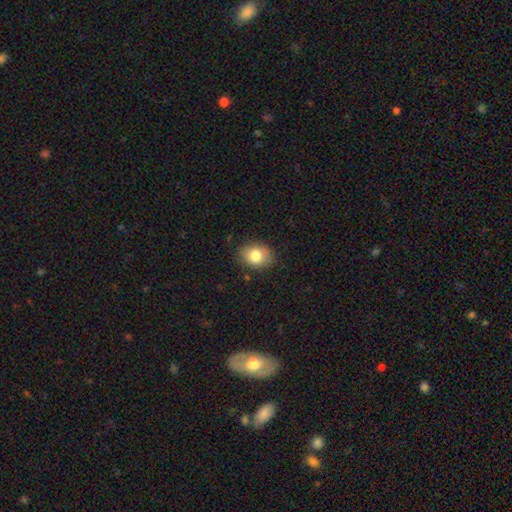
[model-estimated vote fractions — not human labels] Smooth or featured? Predicted: smooth (p=0.81). How rounded? Predicted: in between (p=0.55). Merging? Predicted: none (p=0.84).